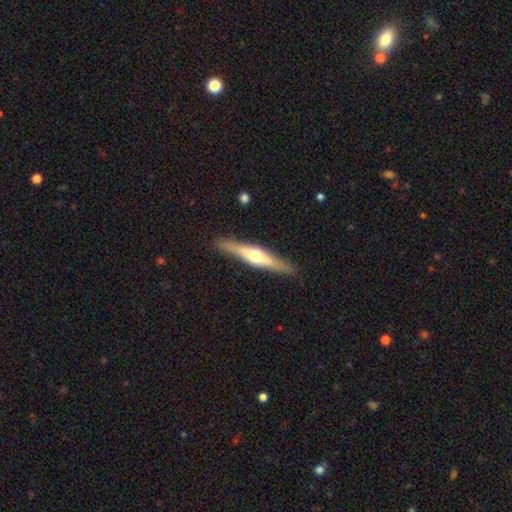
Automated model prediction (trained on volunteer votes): A featured or disk galaxy (65%) viewed edge-on (95%) with a rounded central bulge (91%).

Vote fractions:
- Smooth or featured? featured or disk: 65% / smooth: 30% / star or artifact: 5%
- Edge-on disk? yes: 95% / no: 5%
- Edge-on bulge? rounded: 91% / boxy: 5% / none: 4%
- Merging? none: 88% / minor disturbance: 9% / major disturbance: 2% / merger: 1%